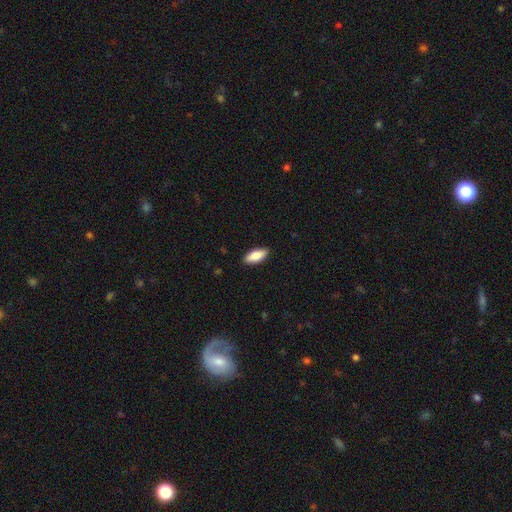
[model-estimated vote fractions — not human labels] Smooth or featured? smooth (85%)
How rounded? in between (84%)
Merging? none (89%)